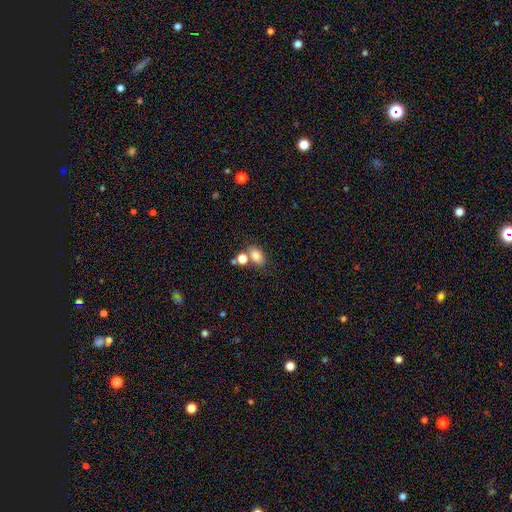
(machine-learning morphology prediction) This is clearly a smooth galaxy (81%). How rounded: likely in between (77%). Merging: possibly none (58%).